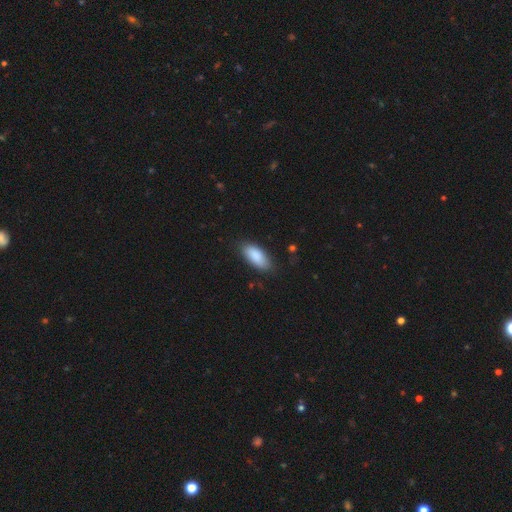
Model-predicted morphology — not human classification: type=smooth (88%); roundness=in between (87%); merging=none (82%).